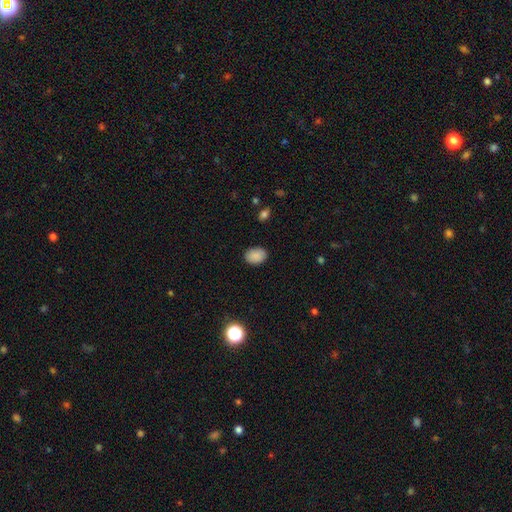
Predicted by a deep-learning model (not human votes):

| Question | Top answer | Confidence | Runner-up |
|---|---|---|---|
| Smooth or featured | smooth | 88% | star or artifact (9%) |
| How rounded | in between | 73% | round (26%) |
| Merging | none | 86% | minor disturbance (10%) |